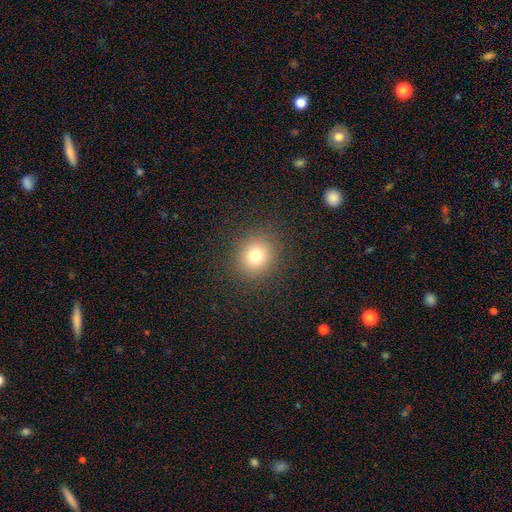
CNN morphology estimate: This is likely a smooth galaxy (76%). How rounded: clearly round (88%). Merging: clearly none (90%).